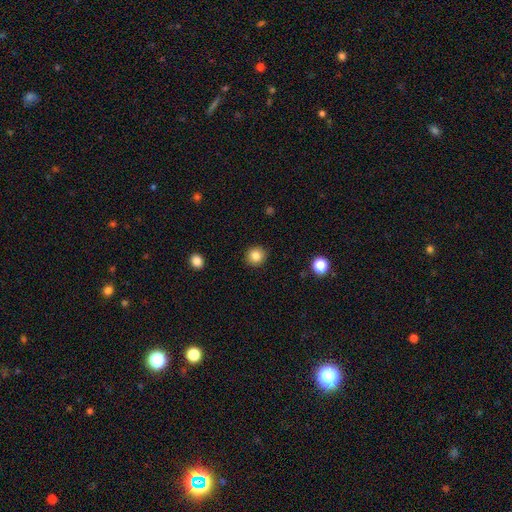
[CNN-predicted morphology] smooth_or_featured: smooth (p=0.84) [alt: star or artifact p=0.10]
how_rounded: round (p=0.89) [alt: in between p=0.10]
merging: none (p=0.91) [alt: minor disturbance p=0.06]